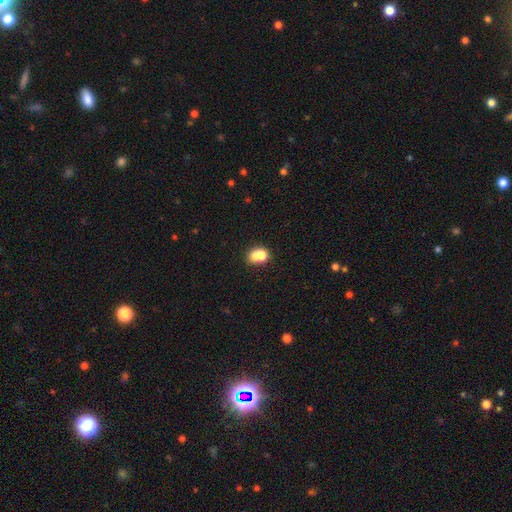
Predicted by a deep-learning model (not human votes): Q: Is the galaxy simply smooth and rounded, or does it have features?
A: smooth — 71%.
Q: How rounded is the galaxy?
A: round — 54%.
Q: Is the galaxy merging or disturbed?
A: merger — 50%.